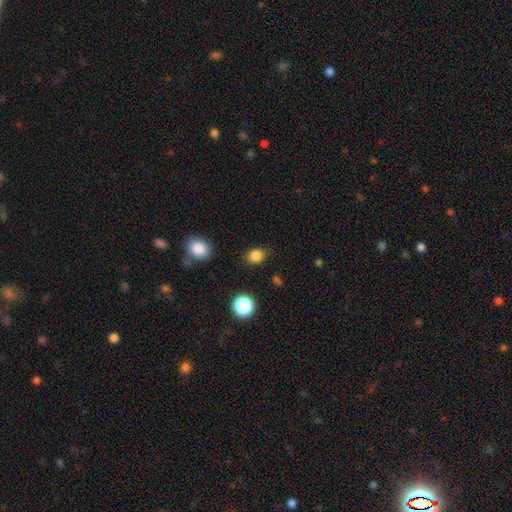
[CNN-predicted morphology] smooth_or_featured: smooth (p=0.83) [alt: star or artifact p=0.13]
how_rounded: round (p=0.60) [alt: in between p=0.39]
merging: none (p=0.82) [alt: minor disturbance p=0.13]